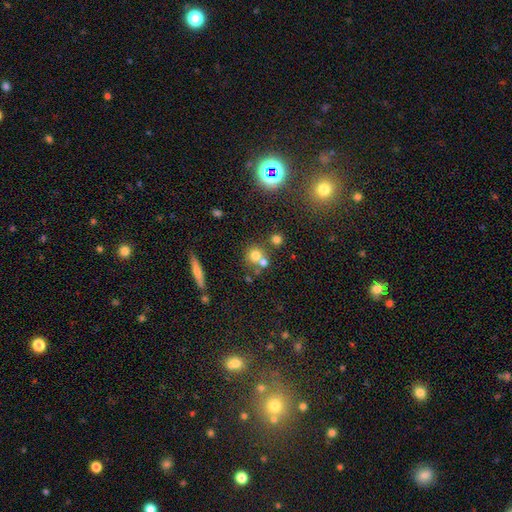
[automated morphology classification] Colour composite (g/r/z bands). It shows a smooth galaxy with no disk features (68%) that is round (86%). Merging: none (48%).